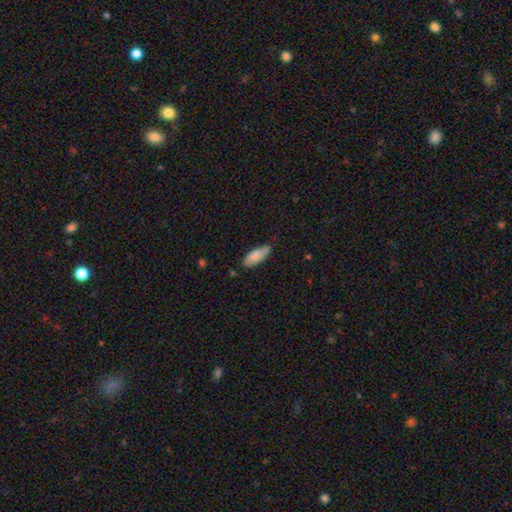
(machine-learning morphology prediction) Overall: smooth (82%). How rounded: in between (77%). Merging: none (60%; minor disturbance 31%).